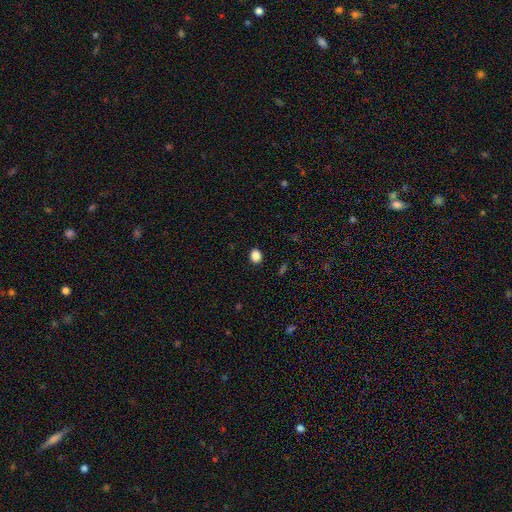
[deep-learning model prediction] The model was most divided on "how rounded": round: 53%, in between: 46%, cigar-shaped: 1%. More confident: merging — none (91%); smooth or featured — smooth (87%).